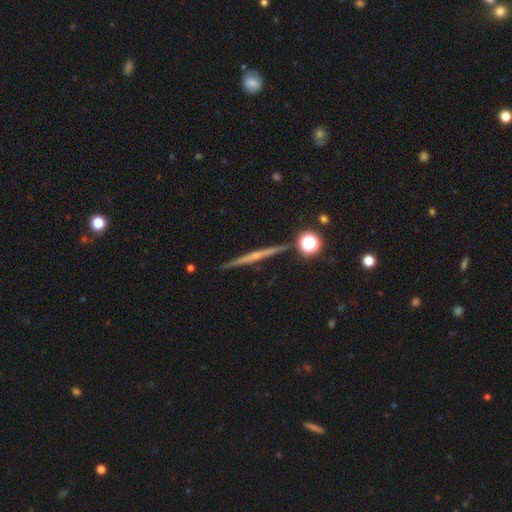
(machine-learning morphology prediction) The model was most divided on "edge-on bulge": none: 48%, rounded: 45%, boxy: 7%. More confident: edge-on disk — yes (98%); merging — none (90%); smooth or featured — featured or disk (69%).